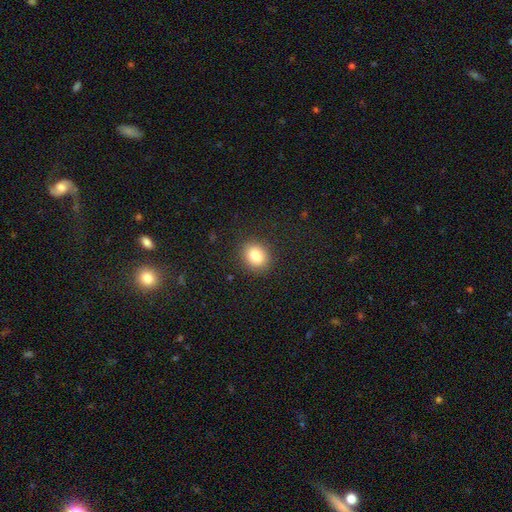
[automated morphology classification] Smooth or featured? Predicted: smooth (p=0.83). How rounded? Predicted: round (p=0.61). Merging? Predicted: none (p=0.88).